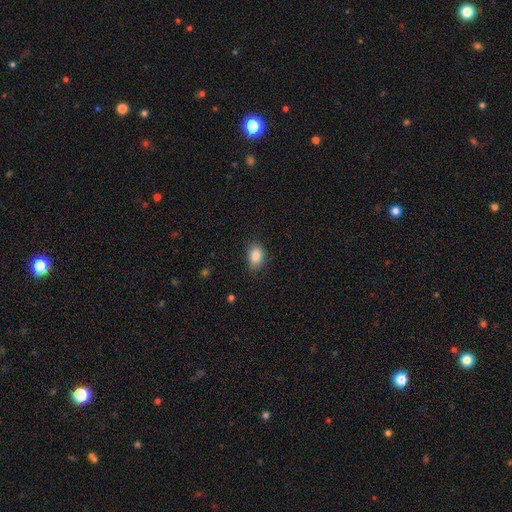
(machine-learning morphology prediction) A smooth galaxy with no disk features (88%) that is in between round and cigar-shaped (84%). Merging: none (84%).